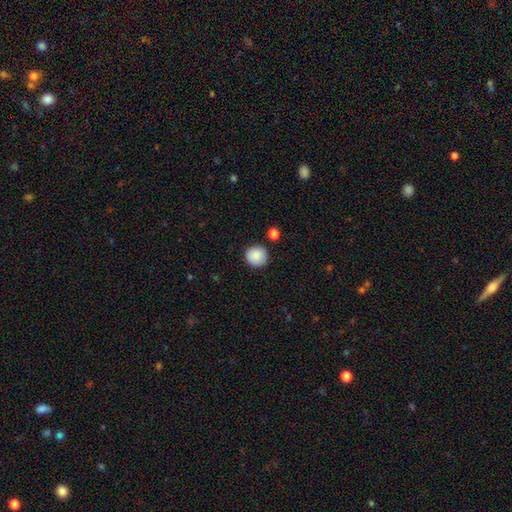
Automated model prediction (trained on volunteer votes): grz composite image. It shows a smooth galaxy with no disk features (88%) that is round (93%). Merging: none (88%).